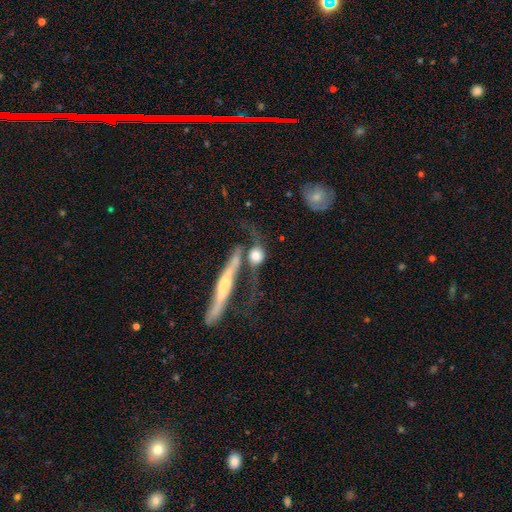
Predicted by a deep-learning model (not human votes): A smooth galaxy with no disk features (53%) that is round (59%). Merging: merger (45%).